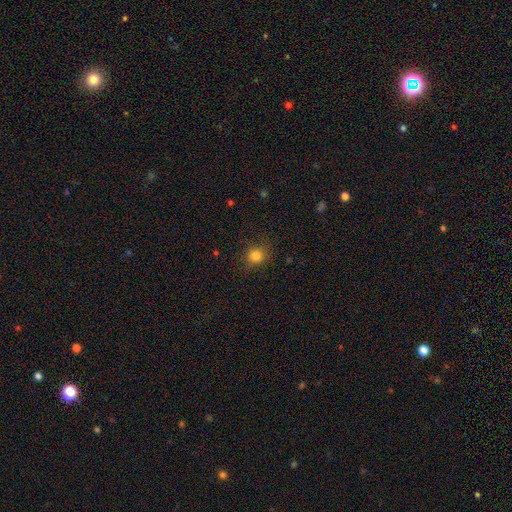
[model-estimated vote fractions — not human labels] A smooth galaxy with no disk features (82%) that is round (85%). Merging: none (84%).